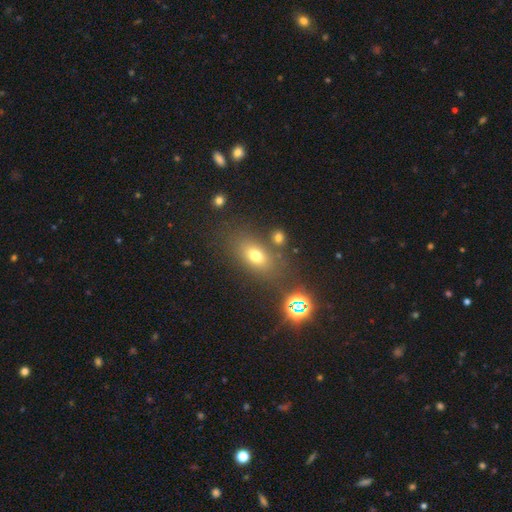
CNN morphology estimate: This appears to be a smooth galaxy with no disk features (68%) that is in between round and cigar-shaped (76%). Merging: none (73%).